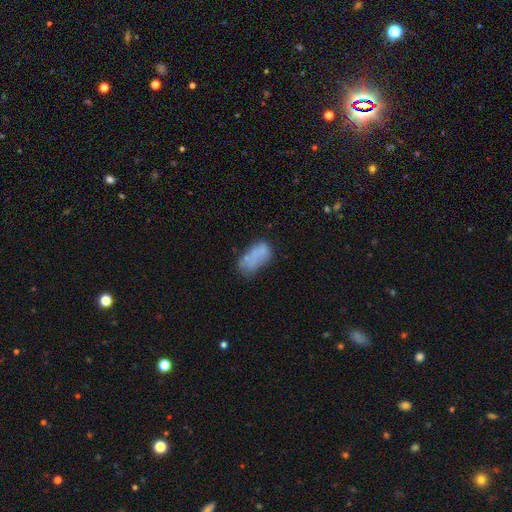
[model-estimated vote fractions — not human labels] This is likely a smooth galaxy (66%). How rounded: clearly in between (91%). Merging: marginally none (42%).